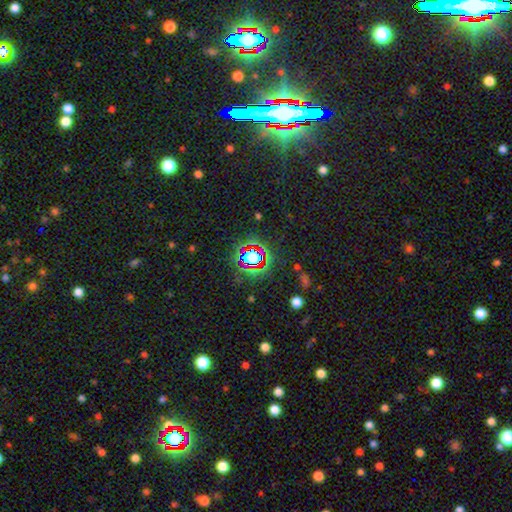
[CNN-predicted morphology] Smooth or featured: star or artifact — 67% (smooth — 22%)